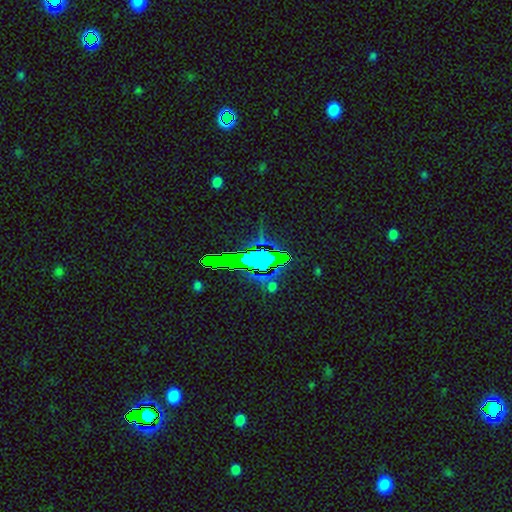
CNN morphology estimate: smooth-or-featured: star or artifact: 74% | smooth: 14% | featured or disk: 12%